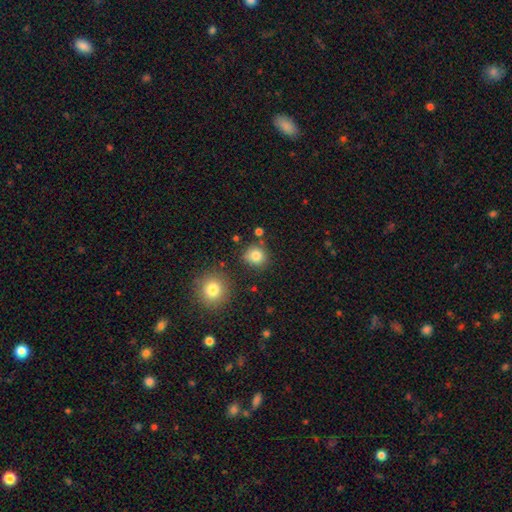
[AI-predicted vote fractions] Morphology: type=smooth (83%); roundness=round (86%); merging=none (80%).